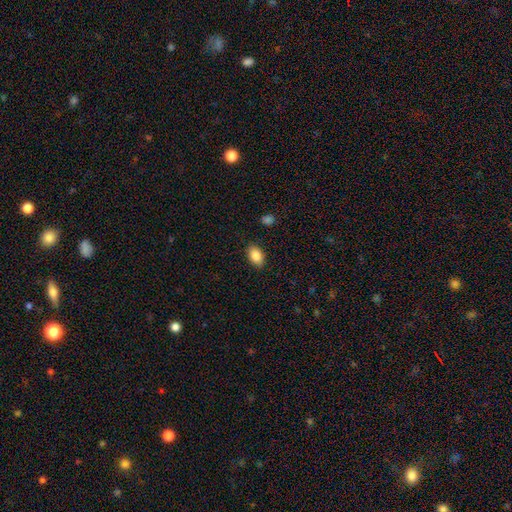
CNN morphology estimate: Q: Smooth or featured?
A: smooth (87%); runner-up: star or artifact (8%)
Q: How rounded?
A: in between (89%); runner-up: round (10%)
Q: Merging?
A: none (88%); runner-up: minor disturbance (9%)